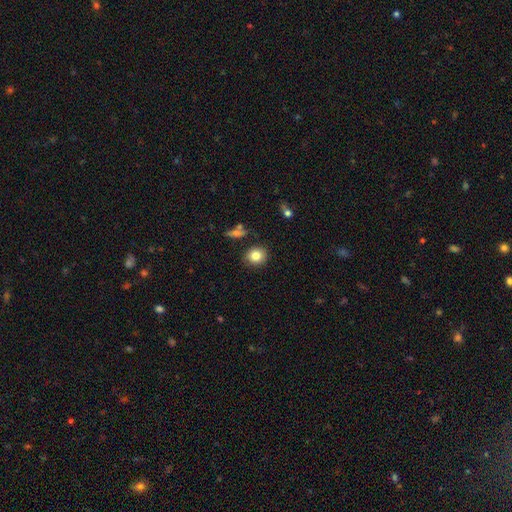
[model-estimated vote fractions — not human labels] Smooth or featured? smooth (82%)
How rounded? round (78%)
Merging? none (86%)